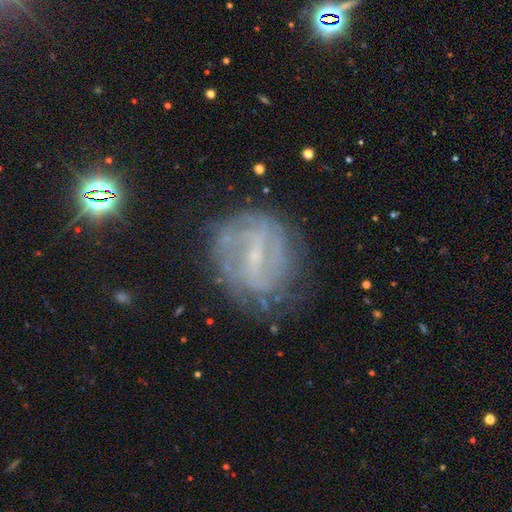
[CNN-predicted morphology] Smooth or featured? featured or disk (75%)
Edge-on disk? no (96%)
Bar? weak (49%)
Spiral arms? yes (76%)
Spiral winding? tight (49%)
Spiral arm count? can't tell (45%)
Bulge size? small (71%)
Merging? none (72%)